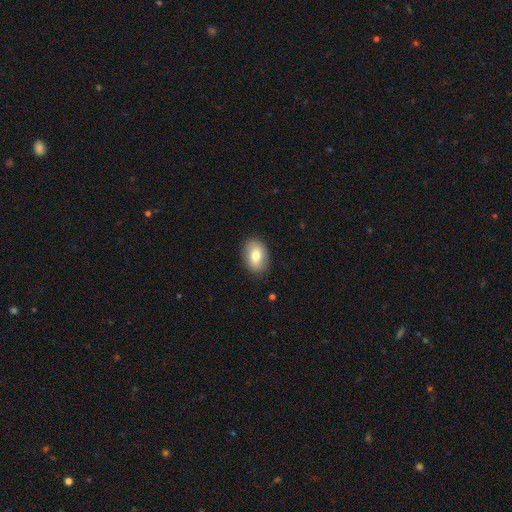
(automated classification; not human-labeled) Overall: smooth (77%). How rounded: in between (83%). Merging: none (87%).